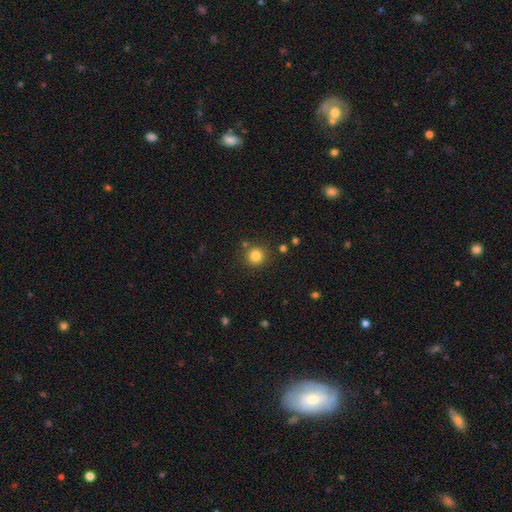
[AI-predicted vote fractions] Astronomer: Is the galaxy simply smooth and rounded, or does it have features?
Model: smooth — 83%.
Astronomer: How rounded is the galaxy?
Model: round — 93%.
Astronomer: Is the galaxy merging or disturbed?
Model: none — 85%.